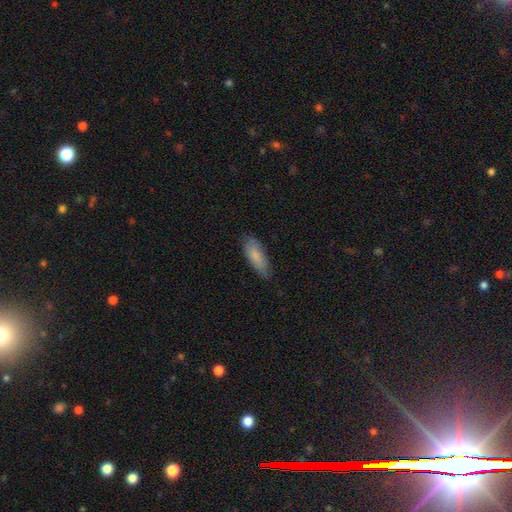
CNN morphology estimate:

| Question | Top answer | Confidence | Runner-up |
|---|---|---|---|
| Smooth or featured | smooth | 82% | featured or disk (12%) |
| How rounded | in between | 67% | cigar-shaped (31%) |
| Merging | none | 75% | minor disturbance (20%) |